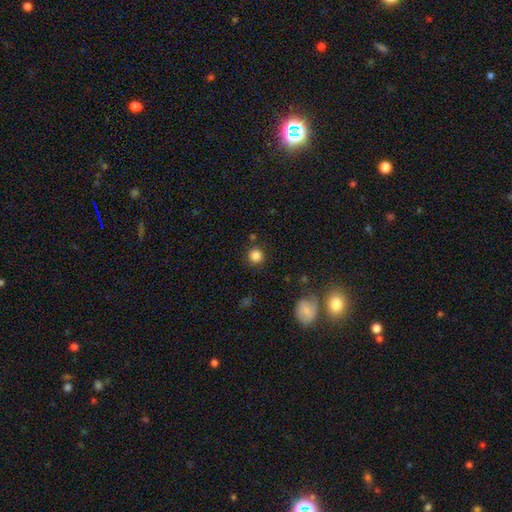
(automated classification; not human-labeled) smooth 84%, star or artifact 11%, featured or disk 4%. Down the decision tree: how rounded — round (93%); merging — none (87%).